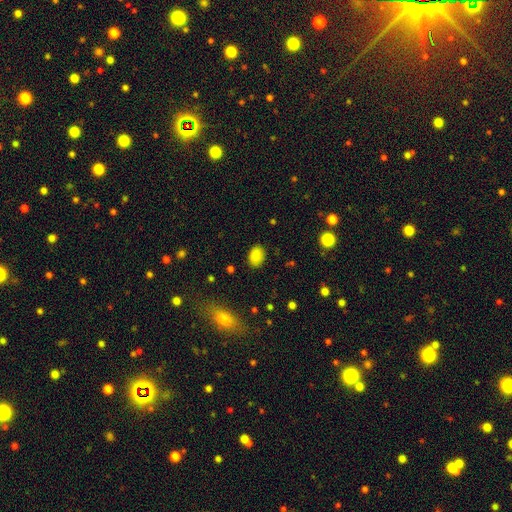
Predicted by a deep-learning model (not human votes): Overall: smooth (86%). How rounded: in between (76%). Merging: none (87%).